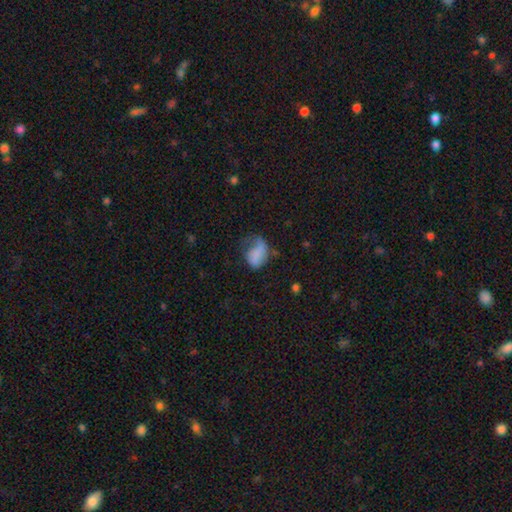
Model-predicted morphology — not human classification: The model was most divided on "merging": major disturbance: 41%, minor disturbance: 29%, none: 26%, merger: 4%. More confident: how rounded — in between (80%); smooth or featured — smooth (69%).